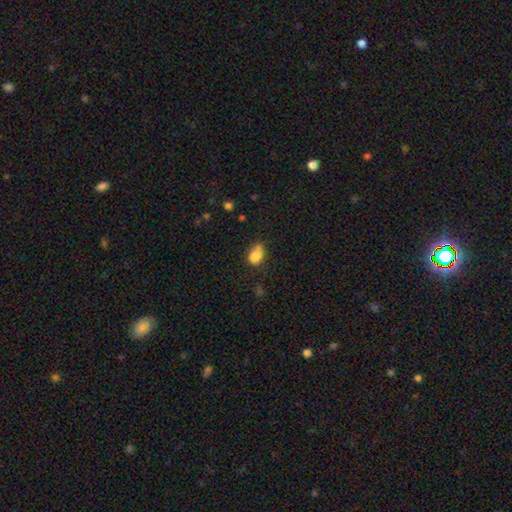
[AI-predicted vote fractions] Smooth or featured? smooth (80%)
How rounded? in between (78%)
Merging? none (45%)